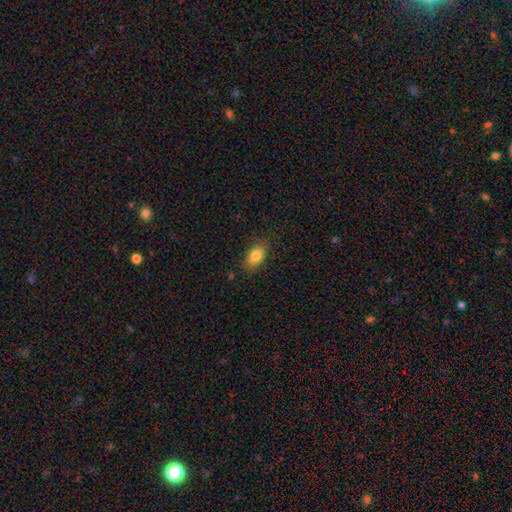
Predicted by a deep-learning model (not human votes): Morphology: type=smooth (84%); roundness=in between (88%); merging=none (83%).